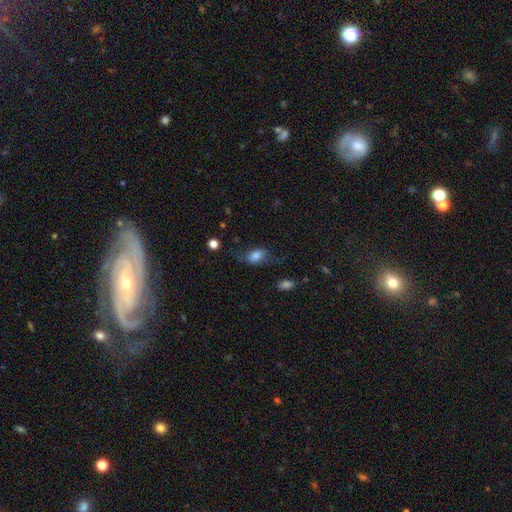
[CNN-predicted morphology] smooth 67%, featured or disk 23%, star or artifact 10%. Down the decision tree: how rounded — in between (83%); merging — none (48%).